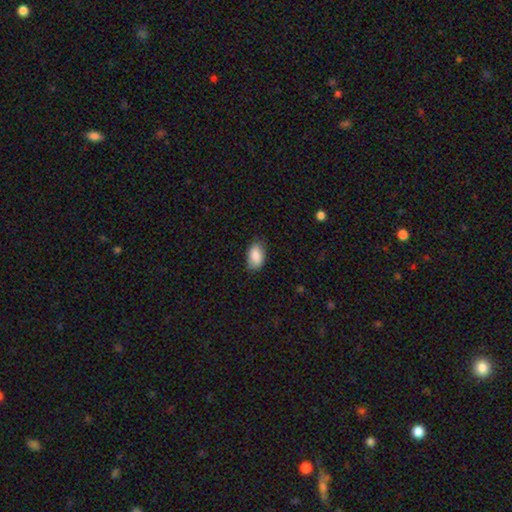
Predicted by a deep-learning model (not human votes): This is clearly a smooth galaxy (88%). How rounded: clearly in between (93%). Merging: likely none (78%).